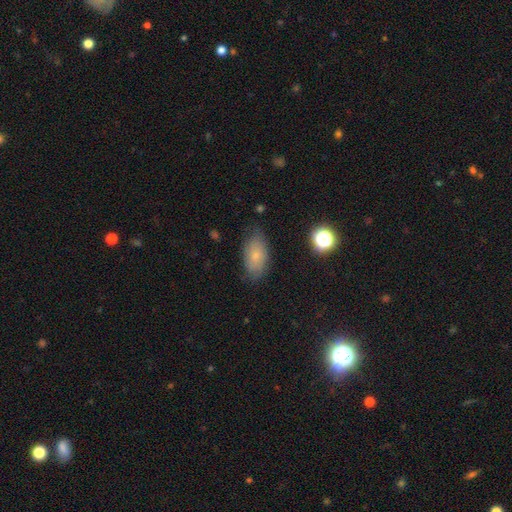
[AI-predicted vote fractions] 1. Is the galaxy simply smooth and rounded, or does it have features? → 69% smooth, 21% featured or disk, 10% star or artifact.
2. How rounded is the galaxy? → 90% in between, 6% round, 3% cigar-shaped.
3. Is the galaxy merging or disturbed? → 74% none, 20% minor disturbance, 5% major disturbance, 1% merger.